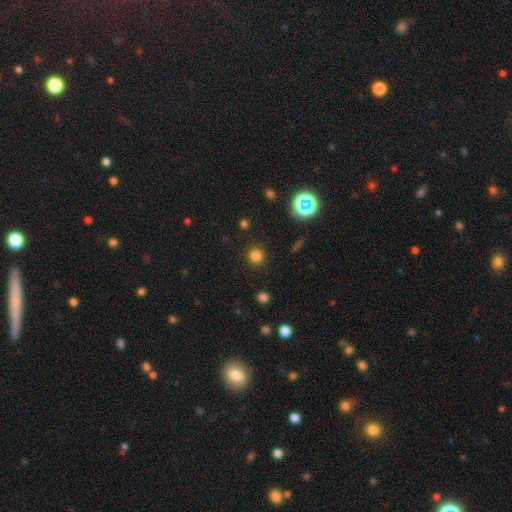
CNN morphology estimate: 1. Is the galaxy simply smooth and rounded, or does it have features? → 78% smooth, 17% star or artifact, 5% featured or disk.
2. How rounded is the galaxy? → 94% round, 5% in between, 1% cigar-shaped.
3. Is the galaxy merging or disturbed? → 91% none, 5% minor disturbance, 2% major disturbance, 1% merger.